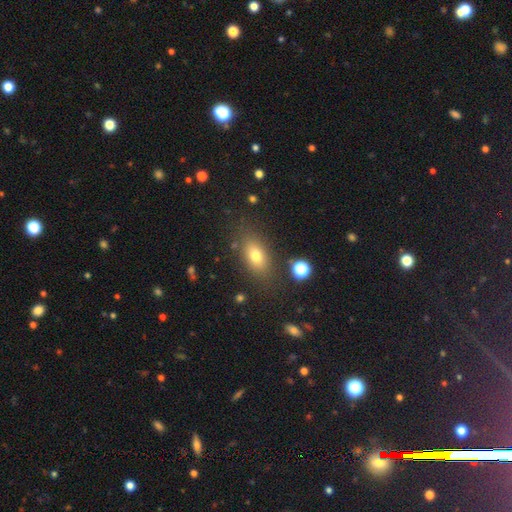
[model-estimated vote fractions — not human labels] A smooth galaxy with no disk features (74%) that is in between round and cigar-shaped (80%). Merging: none (79%).